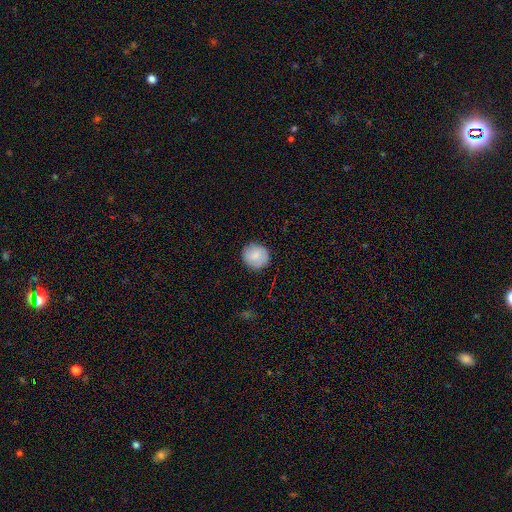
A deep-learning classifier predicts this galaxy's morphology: smooth_or_featured: smooth (p=0.82) [alt: featured or disk p=0.11]
how_rounded: round (p=0.92) [alt: in between p=0.07]
merging: none (p=0.87) [alt: minor disturbance p=0.10]